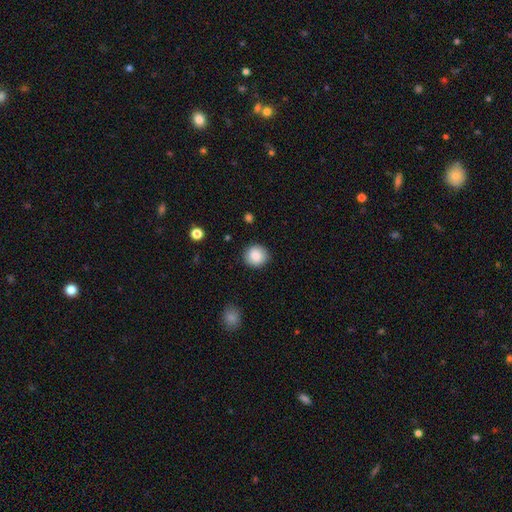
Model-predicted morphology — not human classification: Smooth or featured: smooth — 85% (star or artifact — 8%)
How rounded: round — 91% (in between — 8%)
Merging: none — 89% (minor disturbance — 7%)